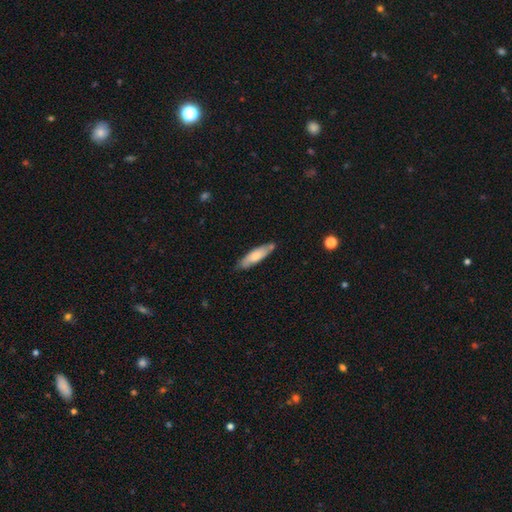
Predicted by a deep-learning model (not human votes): Morphology: type=smooth (69%); roundness=cigar-shaped (64%); merging=none (73%).